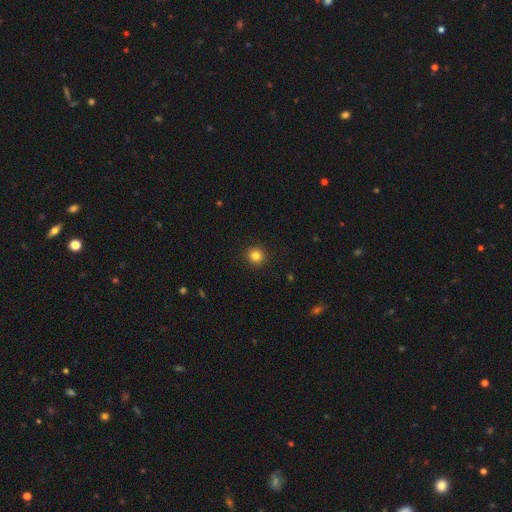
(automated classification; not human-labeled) This appears to be a smooth galaxy with no disk features (83%) that is round (93%). Merging: none (93%).